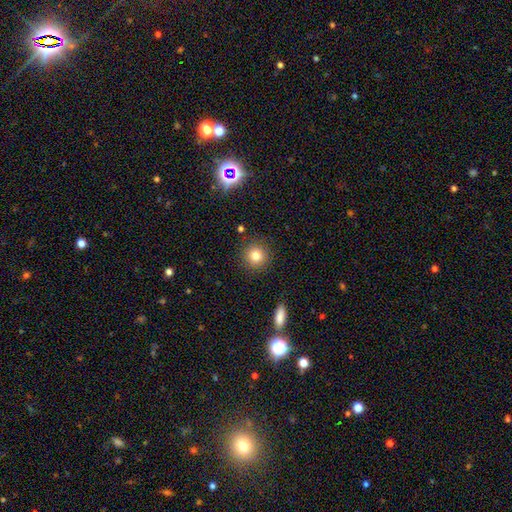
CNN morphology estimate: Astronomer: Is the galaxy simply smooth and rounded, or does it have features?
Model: smooth — 81%.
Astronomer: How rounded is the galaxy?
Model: round — 93%.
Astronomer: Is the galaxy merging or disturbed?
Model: none — 89%.